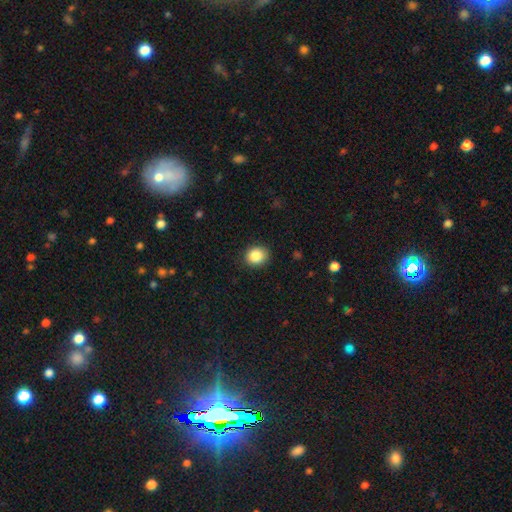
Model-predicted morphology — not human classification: smooth-or-featured: smooth: 87% | star or artifact: 9% | featured or disk: 4%
  how-rounded: round: 72% | in between: 27% | cigar-shaped: 1%
  merging: none: 88% | minor disturbance: 9% | major disturbance: 2% | merger: 1%